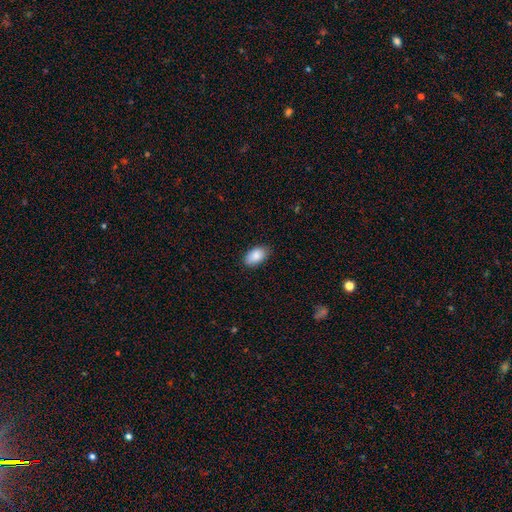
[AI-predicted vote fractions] Smooth or featured: smooth — 88% (star or artifact — 7%)
How rounded: in between — 94% (round — 5%)
Merging: none — 85% (minor disturbance — 12%)